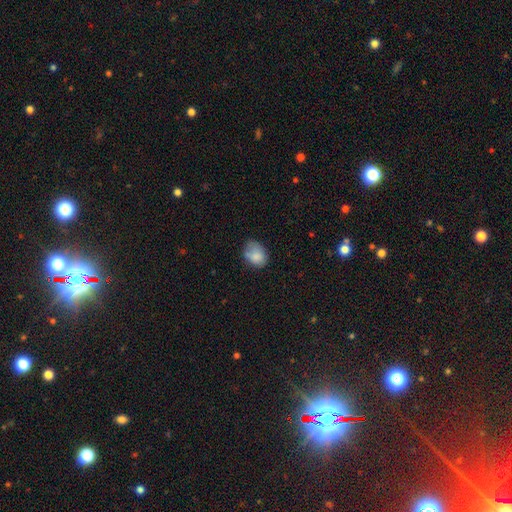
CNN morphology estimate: smooth_or_featured: smooth (p=0.81) [alt: featured or disk p=0.11]
how_rounded: in between (p=0.64) [alt: round p=0.35]
merging: none (p=0.51) [alt: minor disturbance p=0.34]